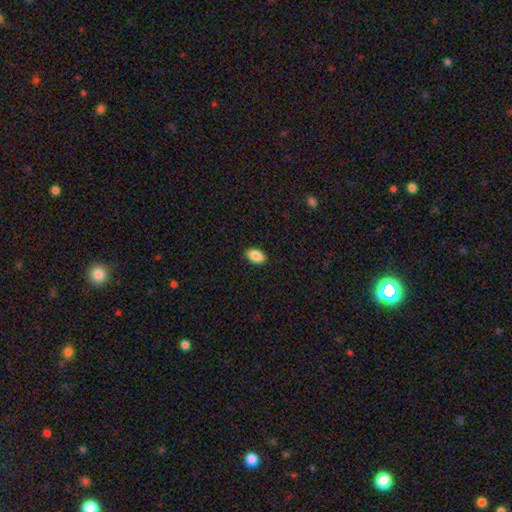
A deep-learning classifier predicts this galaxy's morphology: The model was most divided on "smooth or featured": smooth: 88%, star or artifact: 7%, featured or disk: 4%. More confident: how rounded — in between (91%); merging — none (89%).